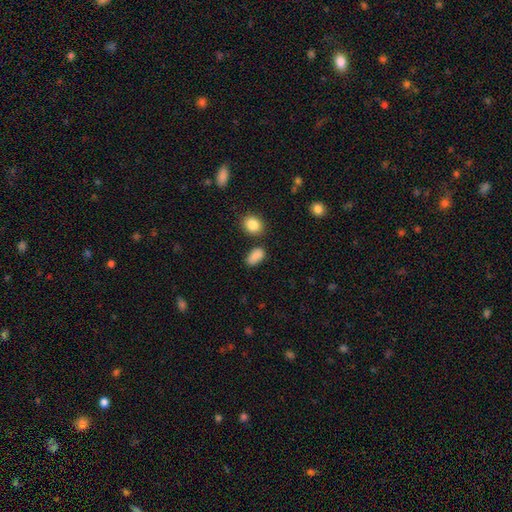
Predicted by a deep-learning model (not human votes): Q: Smooth or featured?
A: smooth (87%); runner-up: star or artifact (9%)
Q: How rounded?
A: in between (90%); runner-up: round (8%)
Q: Merging?
A: none (77%); runner-up: minor disturbance (14%)